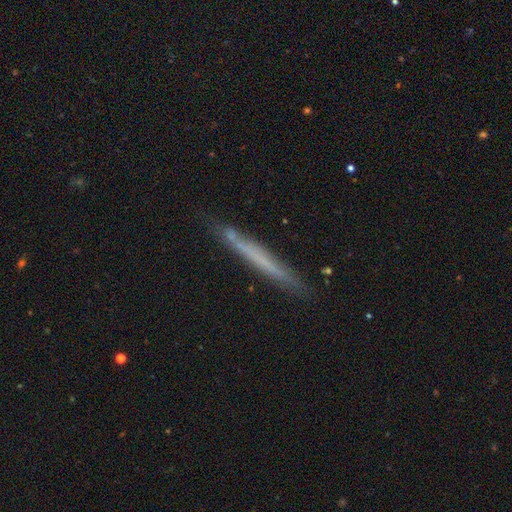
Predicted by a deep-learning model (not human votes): A smooth galaxy with no disk features (47%). Merging: none (81%).